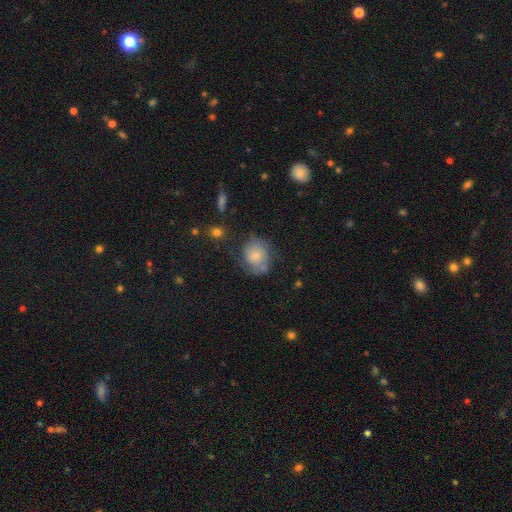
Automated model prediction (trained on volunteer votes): A smooth galaxy with no disk features (60%) that is round (71%). Merging: none (55%).